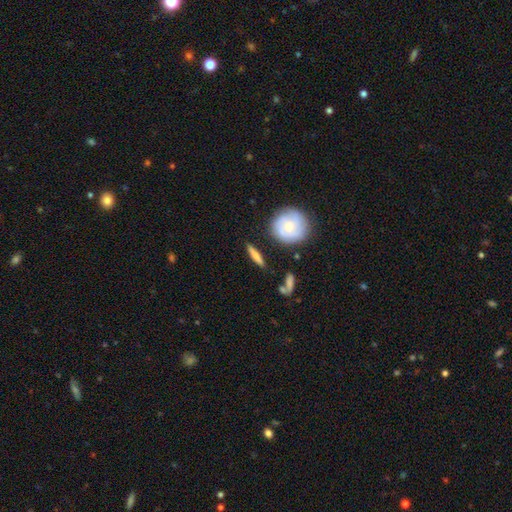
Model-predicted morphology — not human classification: This appears to be a smooth galaxy with no disk features (52%) that is cigar-shaped (76%). Merging: none (83%).